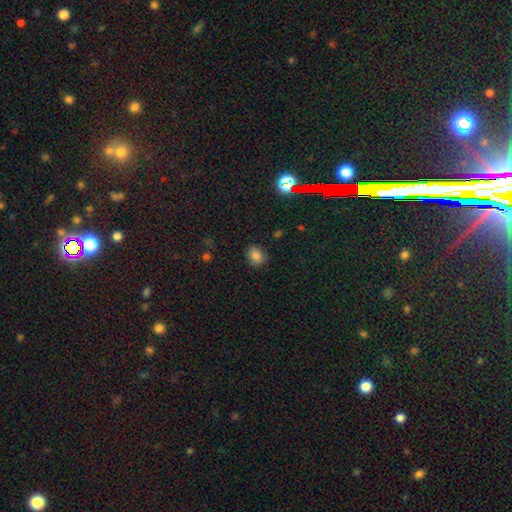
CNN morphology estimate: The model was most divided on "how rounded": round: 62%, in between: 37%, cigar-shaped: 1%. More confident: merging — none (85%); smooth or featured — smooth (82%).